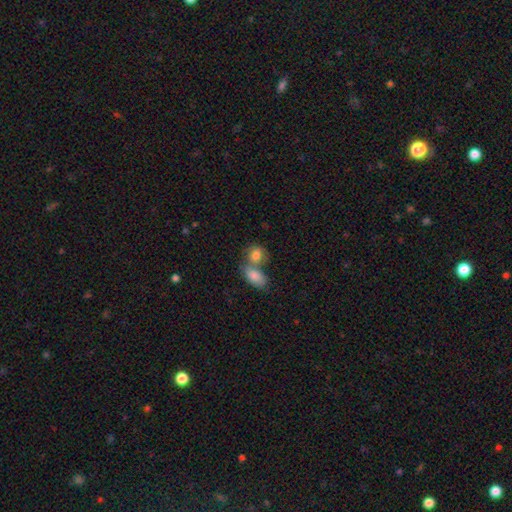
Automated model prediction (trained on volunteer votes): smooth-or-featured: smooth: 82% | featured or disk: 10% | star or artifact: 8%
  how-rounded: in between: 62% | round: 36% | cigar-shaped: 2%
  merging: merger: 58% | none: 29% | minor disturbance: 9% | major disturbance: 4%